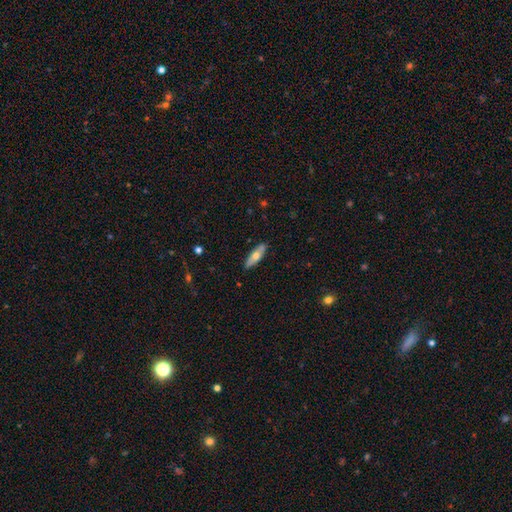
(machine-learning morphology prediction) smooth_or_featured: smooth (p=0.61) [alt: featured or disk p=0.34]
how_rounded: in between (p=0.51) [alt: cigar-shaped p=0.47]
merging: none (p=0.87) [alt: minor disturbance p=0.10]